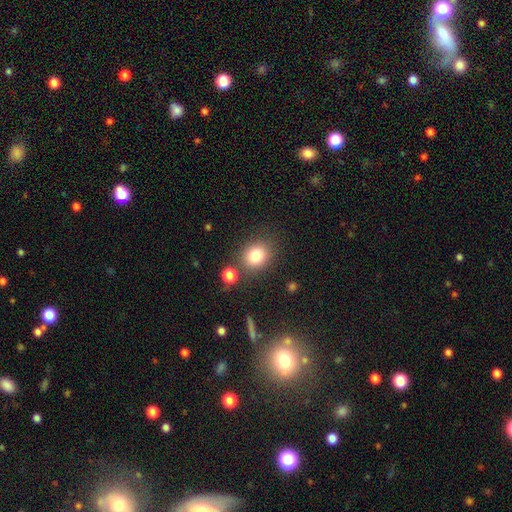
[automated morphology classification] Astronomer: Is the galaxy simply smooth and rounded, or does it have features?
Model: smooth — 81%.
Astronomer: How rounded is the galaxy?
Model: round — 64%.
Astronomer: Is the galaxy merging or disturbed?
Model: none — 77%.